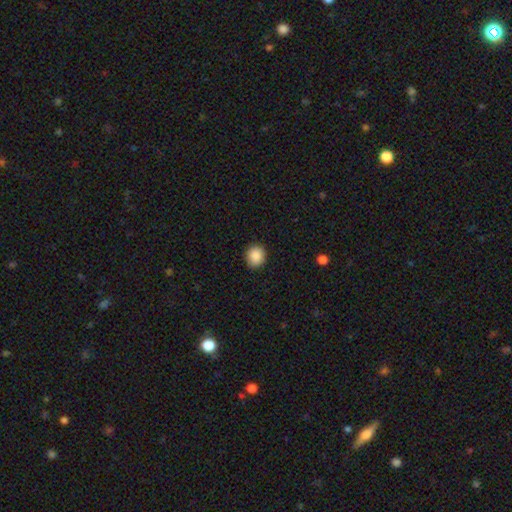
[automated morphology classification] This appears to be a smooth galaxy with no disk features (88%) that is round (83%). Merging: none (89%).